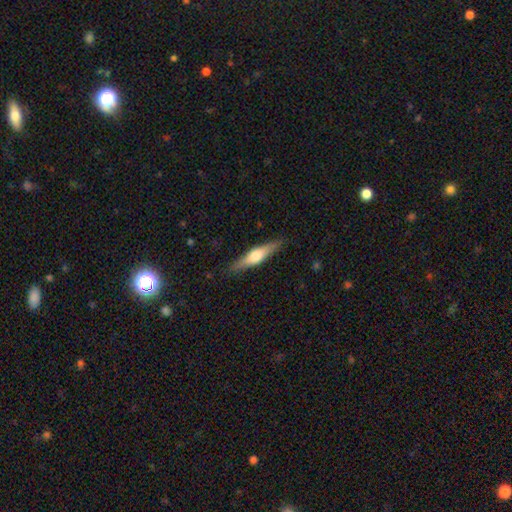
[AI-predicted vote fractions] The model was most divided on "smooth or featured": featured or disk: 51%, smooth: 43%, star or artifact: 6%. More confident: edge-on disk — yes (94%); merging — none (87%).